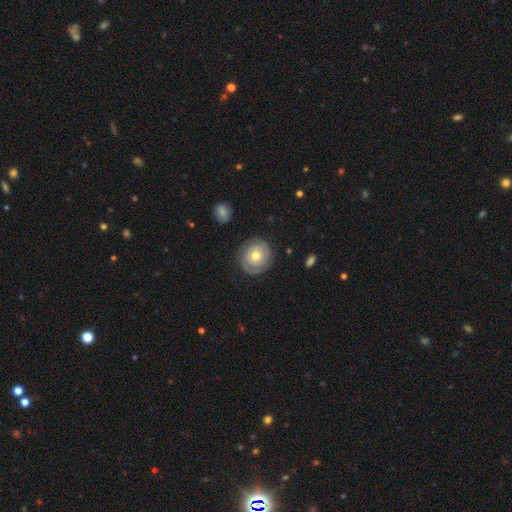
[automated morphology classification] A featured or disk galaxy (69%) with no bar (85%), 2 (58%) tight (79%) spiral arms (84%) and a moderate central bulge (71%).

Vote fractions:
- Smooth or featured? featured or disk: 69% / smooth: 25% / star or artifact: 6%
- Edge-on disk? no: 97% / yes: 3%
- Bar? no: 85% / weak: 12% / strong: 3%
- Spiral arms? yes: 84% / no: 16%
- Spiral winding? tight: 79% / medium: 16% / loose: 5%
- Spiral arm count? 2: 58% / can't tell: 20% / 1: 11% / 3: 6% / 4: 2% / more than 4: 2%
- Bulge size? moderate: 71% / small: 23% / large: 4% / dominant: 1% / none: 1%
- Merging? none: 83% / minor disturbance: 12% / major disturbance: 4% / merger: 1%